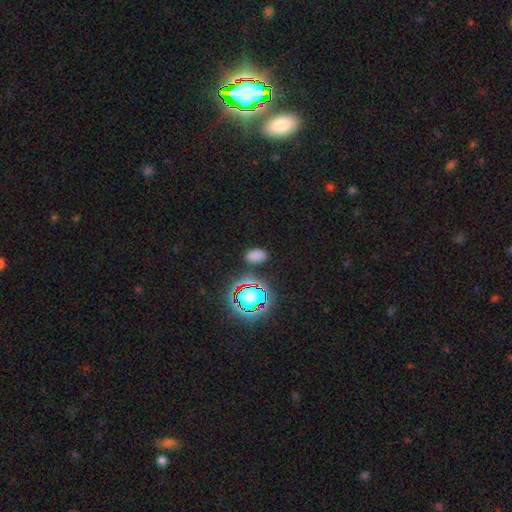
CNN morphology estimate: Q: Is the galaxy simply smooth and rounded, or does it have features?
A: smooth — 71%.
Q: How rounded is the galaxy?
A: in between — 90%.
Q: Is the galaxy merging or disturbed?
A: none — 84%.